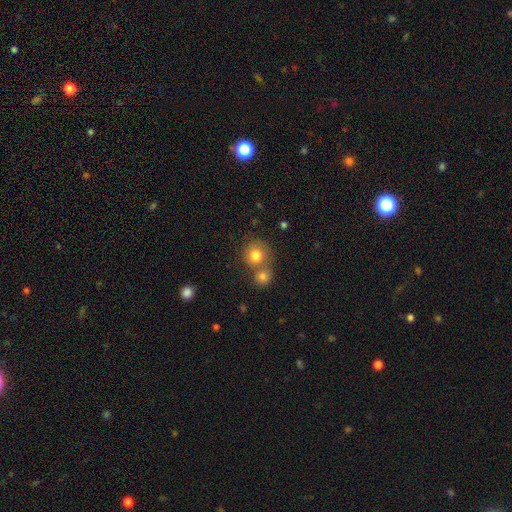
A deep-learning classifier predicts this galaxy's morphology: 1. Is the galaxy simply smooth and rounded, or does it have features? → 80% smooth, 11% star or artifact, 10% featured or disk.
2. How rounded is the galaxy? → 86% round, 13% in between, 1% cigar-shaped.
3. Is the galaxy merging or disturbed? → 49% none, 39% merger, 8% minor disturbance, 3% major disturbance.